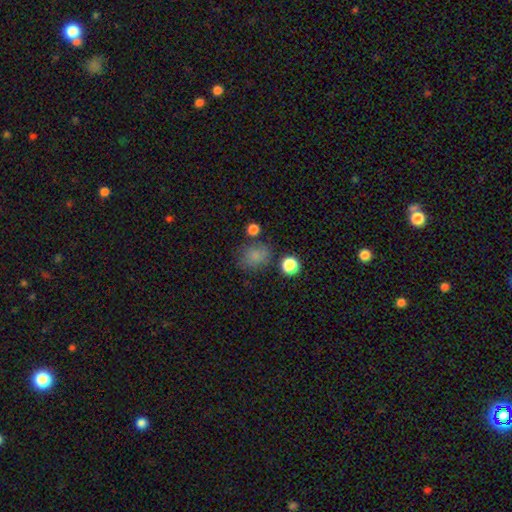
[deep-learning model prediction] smooth 79%, star or artifact 14%, featured or disk 7%. Down the decision tree: how rounded — round (60%); merging — none (68%).